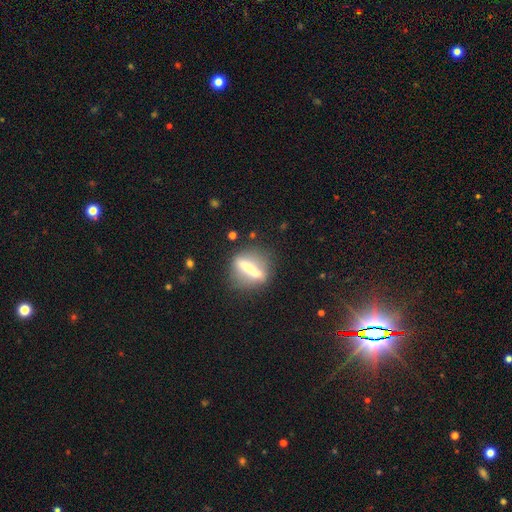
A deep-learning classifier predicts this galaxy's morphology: smooth_or_featured: featured or disk (p=0.62) [alt: smooth p=0.27]
disk_edge_on: yes (p=0.56) [alt: no p=0.44]
merging: none (p=0.82) [alt: minor disturbance p=0.10]